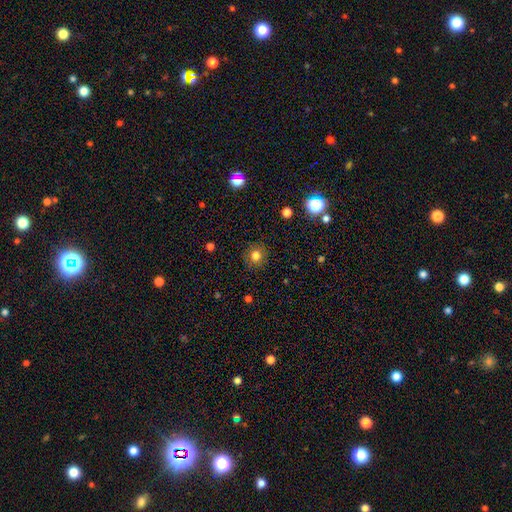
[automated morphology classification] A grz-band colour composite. It shows a smooth galaxy with no disk features (78%) that is round (89%). Merging: none (89%).